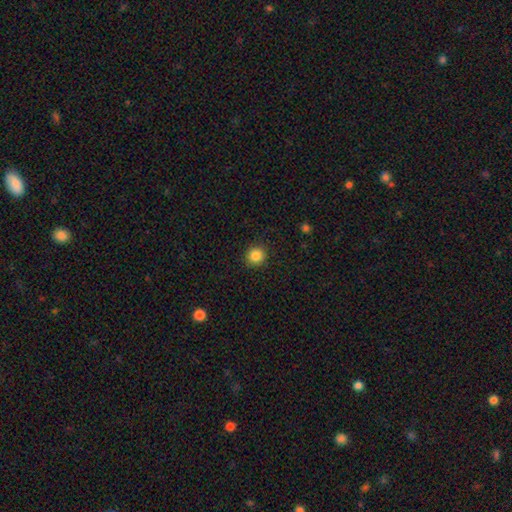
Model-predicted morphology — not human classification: Q: Smooth or featured?
A: smooth (86%); runner-up: star or artifact (10%)
Q: How rounded?
A: round (90%); runner-up: in between (9%)
Q: Merging?
A: none (91%); runner-up: minor disturbance (6%)